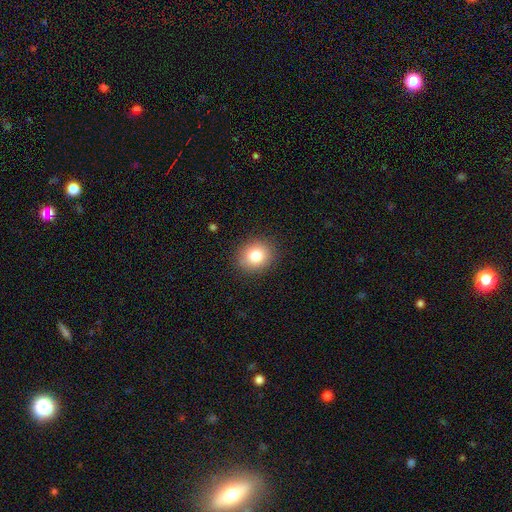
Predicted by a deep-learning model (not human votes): Overall: smooth (82%). How rounded: round (74%). Merging: none (89%).